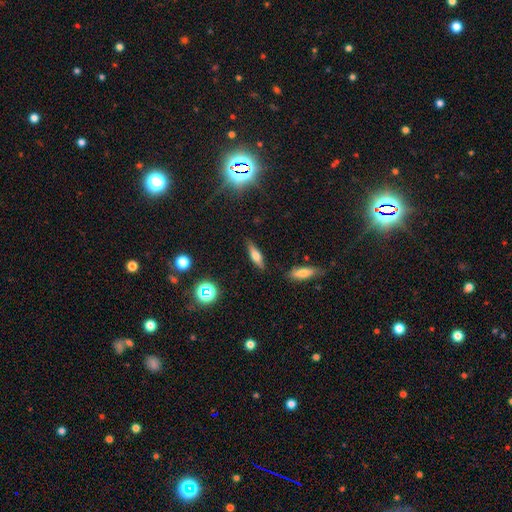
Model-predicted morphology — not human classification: Smooth or featured? Predicted: smooth (p=0.57). How rounded? Predicted: cigar-shaped (p=0.53). Merging? Predicted: none (p=0.84).